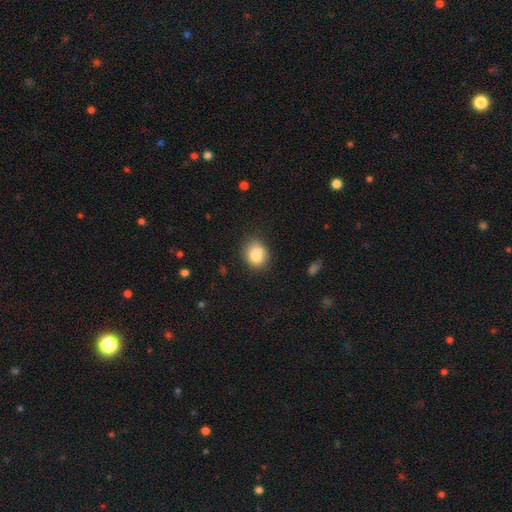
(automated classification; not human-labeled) smooth-or-featured: smooth: 78% | featured or disk: 13% | star or artifact: 9%
  how-rounded: round: 64% | in between: 35% | cigar-shaped: 1%
  merging: none: 63% | minor disturbance: 23% | merger: 8% | major disturbance: 6%